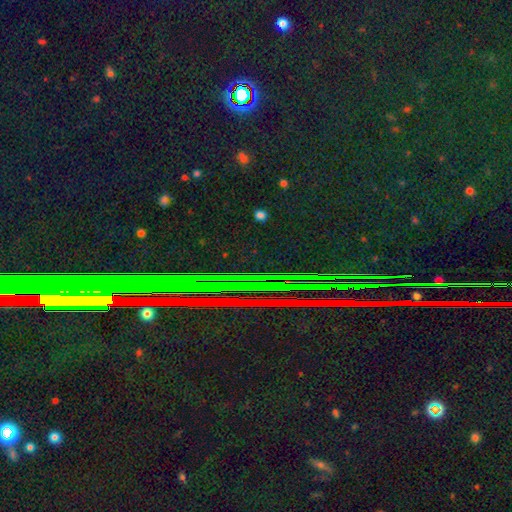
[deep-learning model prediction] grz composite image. It shows a star or artifact, not a galaxy (81%).